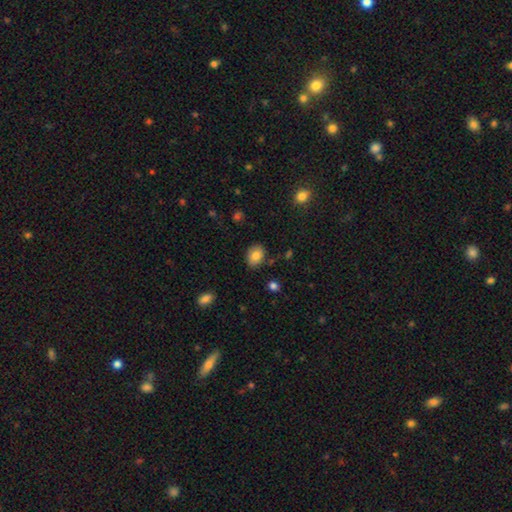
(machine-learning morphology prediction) The model was most divided on "how rounded": in between: 73%, round: 26%, cigar-shaped: 1%. More confident: smooth or featured — smooth (84%); merging — none (82%).